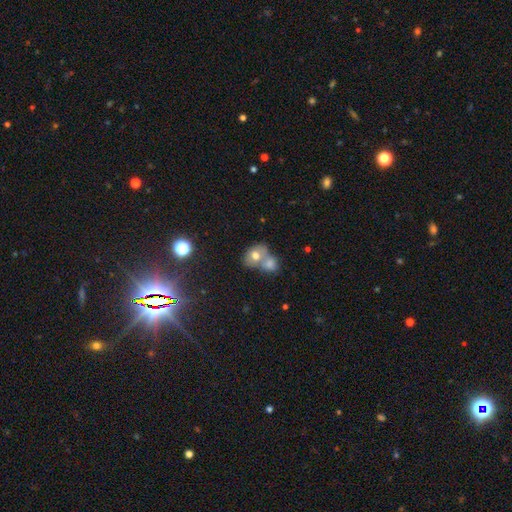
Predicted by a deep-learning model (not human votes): smooth 70%, featured or disk 19%, star or artifact 11%. Down the decision tree: how rounded — in between (53%); merging — merger (64%).